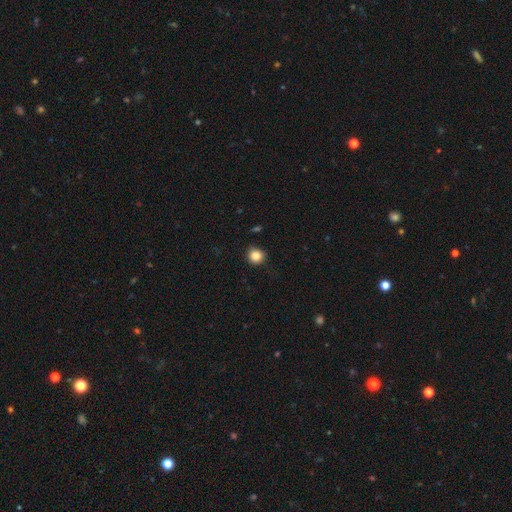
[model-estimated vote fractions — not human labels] This is clearly a smooth galaxy (84%). How rounded: clearly round (89%). Merging: clearly none (87%).